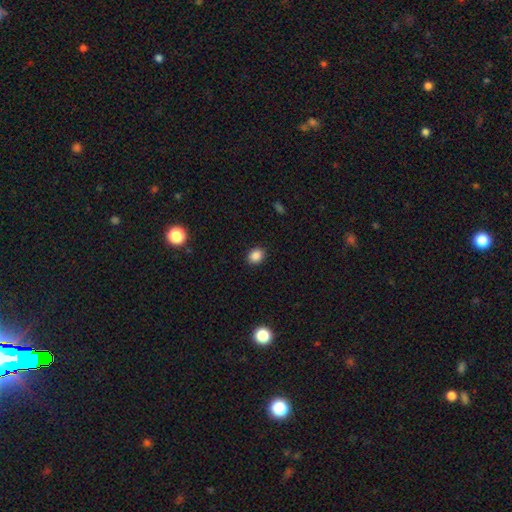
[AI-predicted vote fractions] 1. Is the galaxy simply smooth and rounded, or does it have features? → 86% smooth, 10% star or artifact, 3% featured or disk.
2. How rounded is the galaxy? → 52% in between, 47% round, 1% cigar-shaped.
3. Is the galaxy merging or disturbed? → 90% none, 7% minor disturbance, 2% major disturbance, 1% merger.